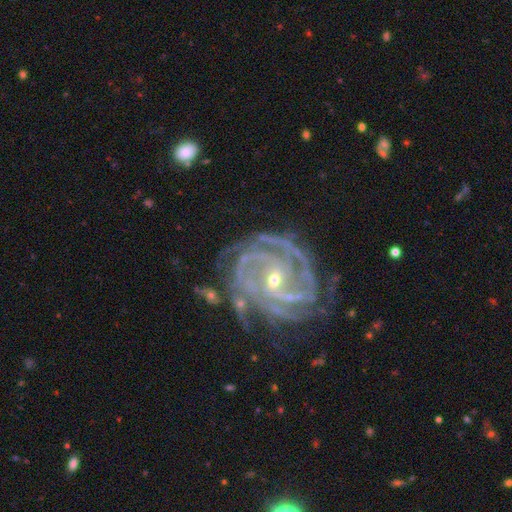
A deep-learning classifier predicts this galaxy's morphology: featured or disk 91%, star or artifact 6%, smooth 3%. Down the decision tree: edge-on disk — no (98%); bar — no (43%); spiral arms — yes (98%); spiral arm count — 4 (28%); spiral winding — tight (70%); bulge size — small (66%); merging — none (66%).